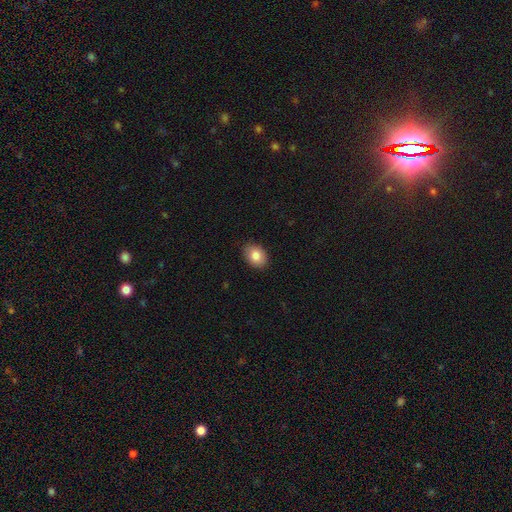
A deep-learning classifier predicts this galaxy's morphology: Overall: smooth (85%). How rounded: in between (70%). Merging: none (88%).